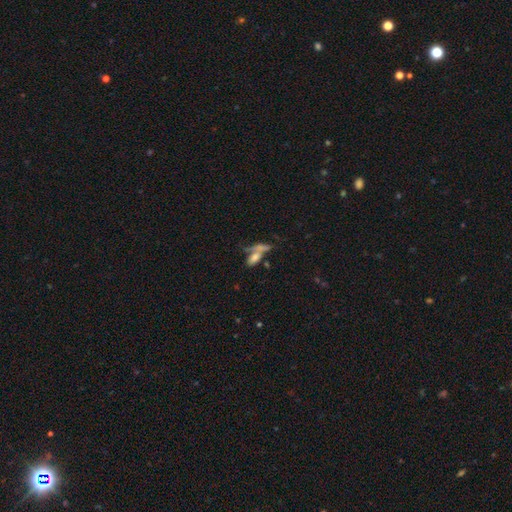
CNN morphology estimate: Smooth or featured? smooth (66%)
How rounded? in between (66%)
Merging? merger (47%)